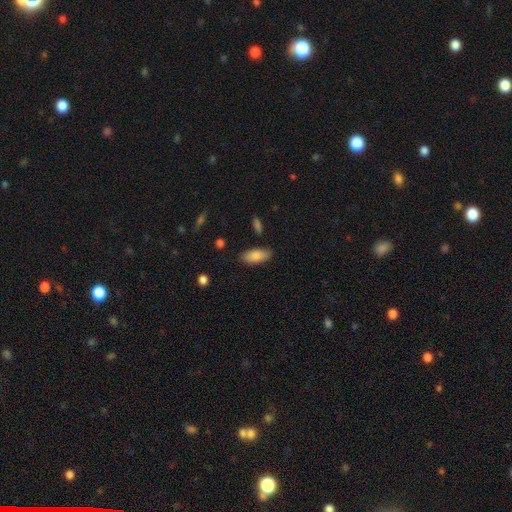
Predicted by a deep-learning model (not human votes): This is clearly a smooth galaxy (85%). How rounded: clearly in between (88%). Merging: clearly none (84%).